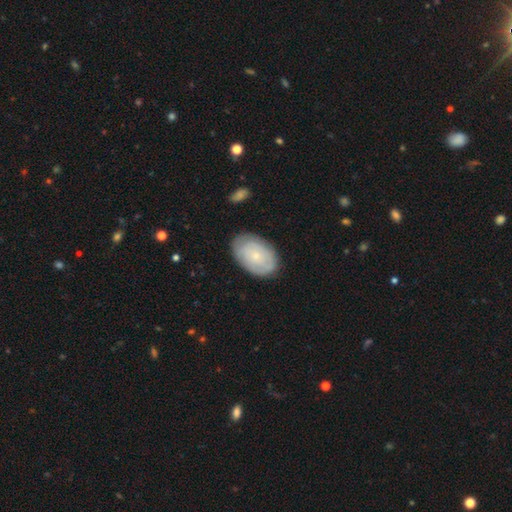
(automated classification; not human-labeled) Smooth or featured? Predicted: smooth (p=0.56). How rounded? Predicted: in between (p=0.87). Merging? Predicted: none (p=0.81).